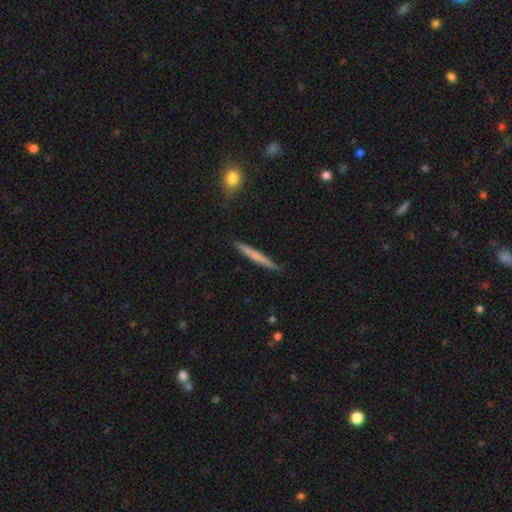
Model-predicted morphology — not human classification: This is likely a smooth galaxy (61%). How rounded: clearly cigar-shaped (96%). Merging: clearly none (89%).